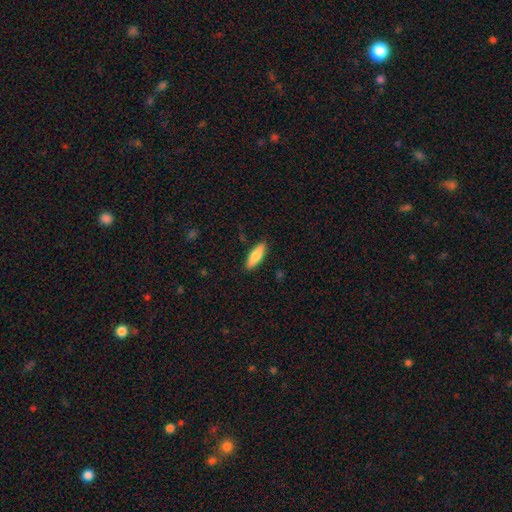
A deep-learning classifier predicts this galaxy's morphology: Smooth or featured?
  - smooth: 78% *
  - featured or disk: 16%
  - star or artifact: 6%
How rounded?
  - in between: 55% *
  - cigar-shaped: 43%
  - round: 2%
Merging?
  - none: 88% *
  - minor disturbance: 9%
  - major disturbance: 2%
  - merger: 1%